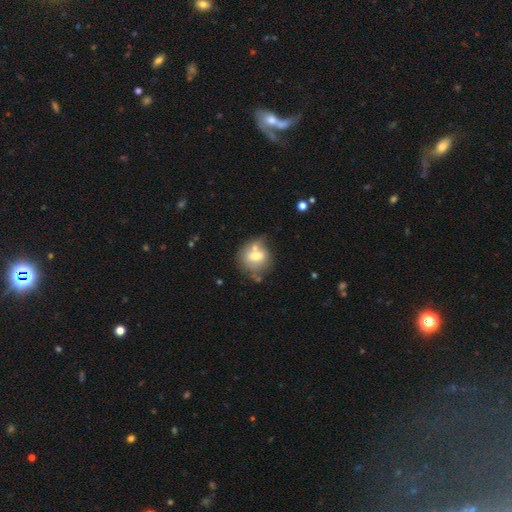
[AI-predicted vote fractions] smooth-or-featured: smooth: 62% | featured or disk: 29% | star or artifact: 9%
  how-rounded: round: 74% | in between: 25% | cigar-shaped: 1%
  merging: none: 48% | merger: 26% | minor disturbance: 19% | major disturbance: 7%